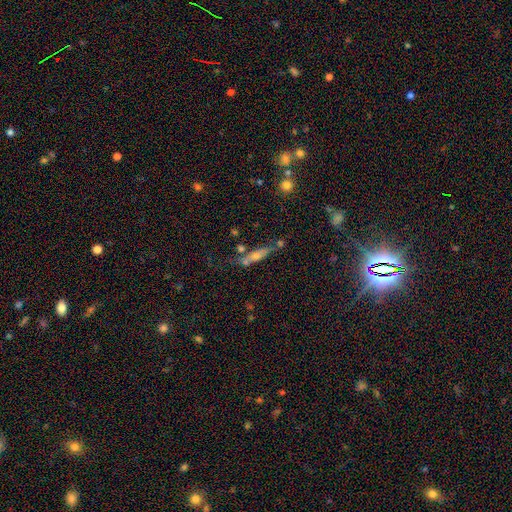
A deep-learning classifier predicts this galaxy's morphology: smooth-or-featured: featured or disk: 50% | smooth: 36% | star or artifact: 14%
  merging: none: 61% | minor disturbance: 17% | merger: 14% | major disturbance: 7%